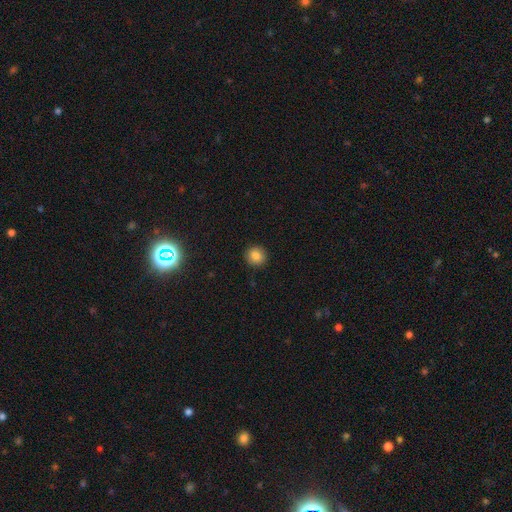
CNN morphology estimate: Q: Smooth or featured?
A: smooth (84%); runner-up: star or artifact (10%)
Q: How rounded?
A: round (90%); runner-up: in between (9%)
Q: Merging?
A: none (91%); runner-up: minor disturbance (6%)